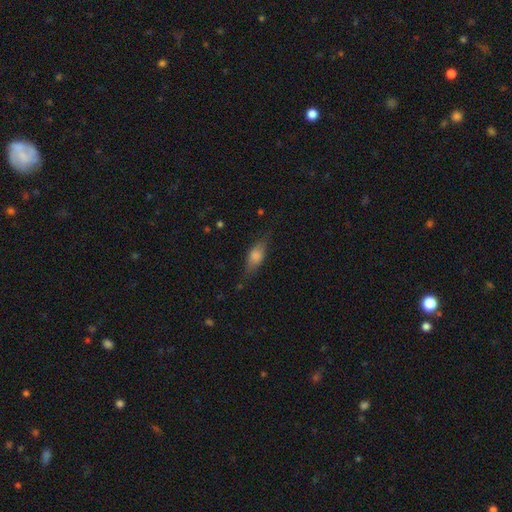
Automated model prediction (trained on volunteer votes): Smooth or featured? smooth (72%)
How rounded? in between (75%)
Merging? none (70%)